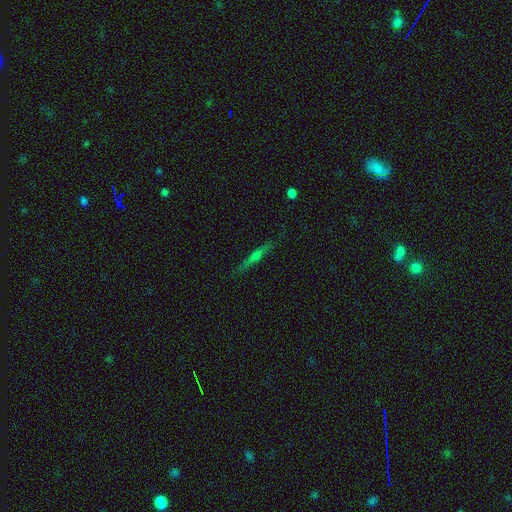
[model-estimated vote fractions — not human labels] Smooth or featured: featured or disk — 70% (smooth — 21%)
Edge-on disk: yes — 97% (no — 3%)
Edge-on bulge: rounded — 80% (none — 12%)
Merging: none — 89% (minor disturbance — 8%)